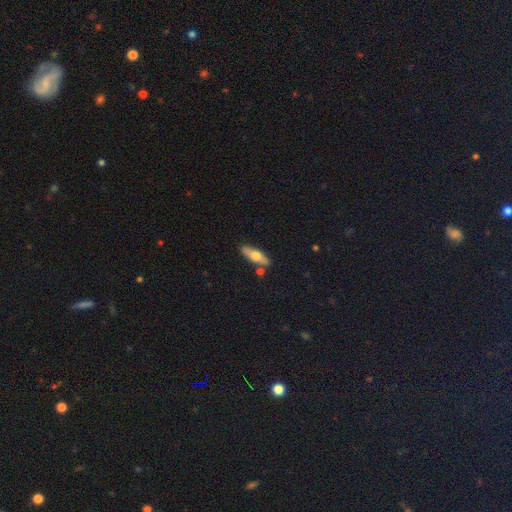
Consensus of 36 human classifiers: This appears to be a featured or disk galaxy (64%) viewed edge-on (78%) with a rounded central bulge (94%). Merging: none (78%).